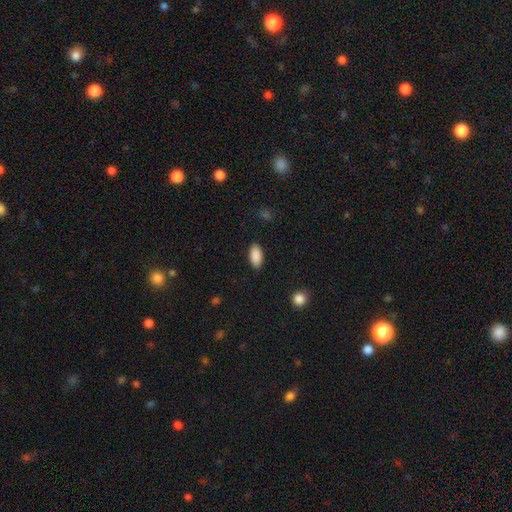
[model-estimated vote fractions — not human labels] smooth 90%, star or artifact 7%, featured or disk 3%. Down the decision tree: how rounded — in between (92%); merging — none (88%).